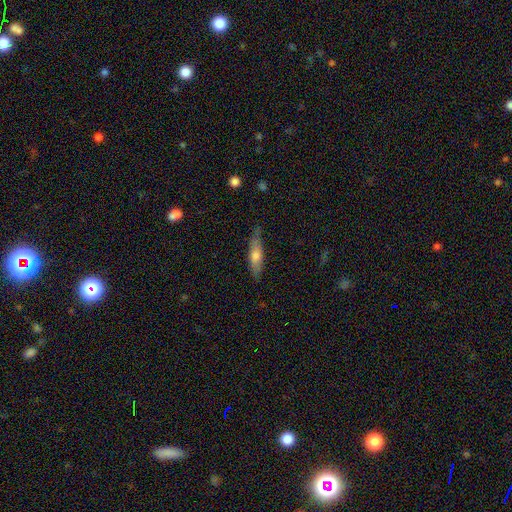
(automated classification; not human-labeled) Q: Smooth or featured?
A: smooth (61%); runner-up: featured or disk (33%)
Q: How rounded?
A: cigar-shaped (66%); runner-up: in between (32%)
Q: Merging?
A: none (73%); runner-up: minor disturbance (21%)